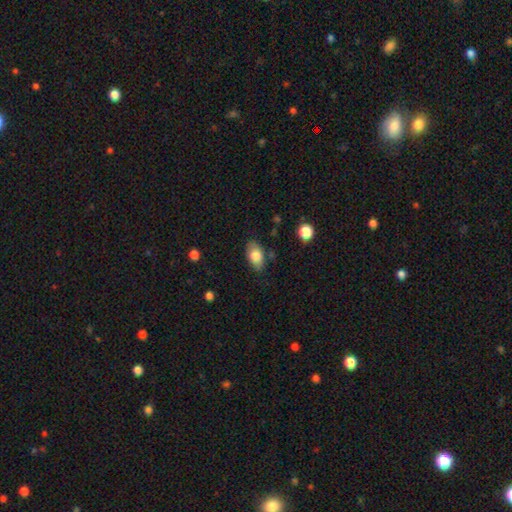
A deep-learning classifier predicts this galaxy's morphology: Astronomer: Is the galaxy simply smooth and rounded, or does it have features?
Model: smooth — 80%.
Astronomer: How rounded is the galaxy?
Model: in between — 90%.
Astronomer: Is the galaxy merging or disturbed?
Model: none — 79%.